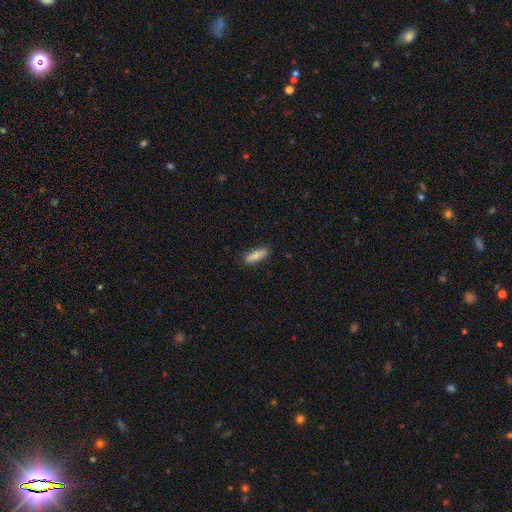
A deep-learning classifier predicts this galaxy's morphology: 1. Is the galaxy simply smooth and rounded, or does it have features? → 77% smooth, 17% featured or disk, 6% star or artifact.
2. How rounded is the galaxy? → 50% in between, 48% cigar-shaped, 2% round.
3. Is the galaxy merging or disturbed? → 85% none, 12% minor disturbance, 2% major disturbance, 1% merger.